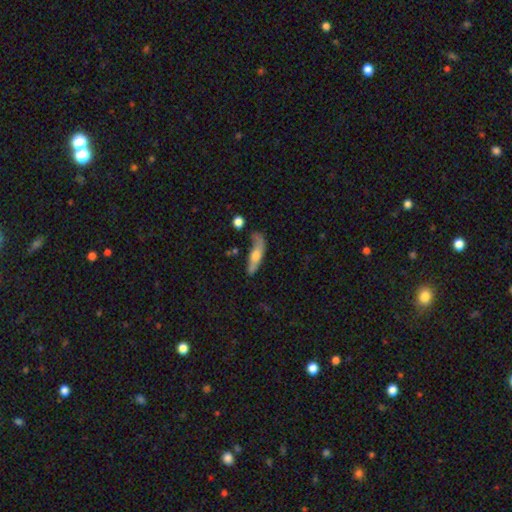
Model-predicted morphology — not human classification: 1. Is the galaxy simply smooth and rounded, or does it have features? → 53% smooth, 41% featured or disk, 6% star or artifact.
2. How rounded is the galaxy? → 60% cigar-shaped, 36% in between, 3% round.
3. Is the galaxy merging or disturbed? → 46% none, 27% minor disturbance, 19% major disturbance, 8% merger.